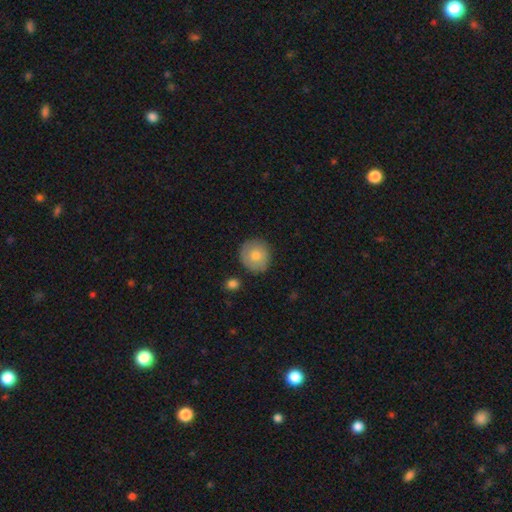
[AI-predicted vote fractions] This appears to be a smooth galaxy with no disk features (75%) that is round (89%). Merging: none (85%).